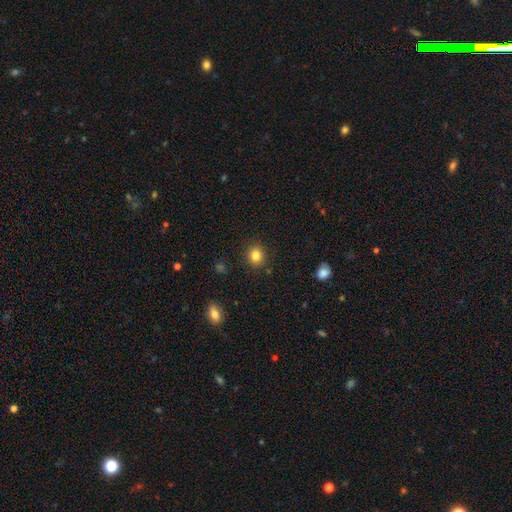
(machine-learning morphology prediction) The model was most divided on "how rounded": round: 82%, in between: 17%, cigar-shaped: 1%. More confident: merging — none (90%); smooth or featured — smooth (83%).